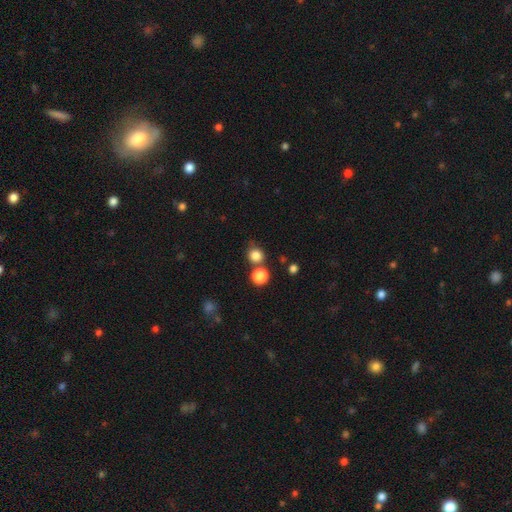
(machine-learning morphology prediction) Smooth or featured? smooth (82%)
How rounded? round (87%)
Merging? none (68%)